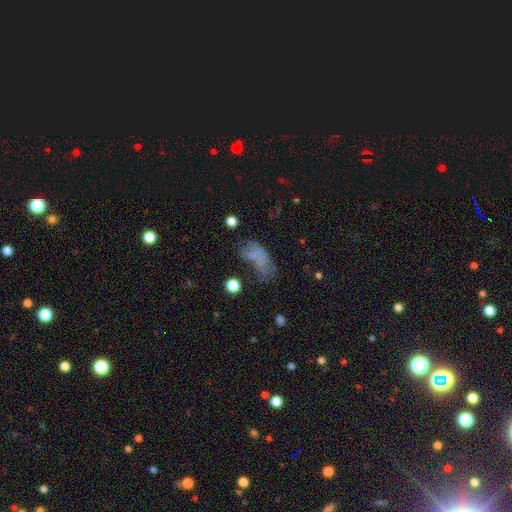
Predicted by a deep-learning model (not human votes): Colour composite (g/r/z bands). It shows a smooth galaxy with no disk features (48%). Merging: major disturbance (38%).